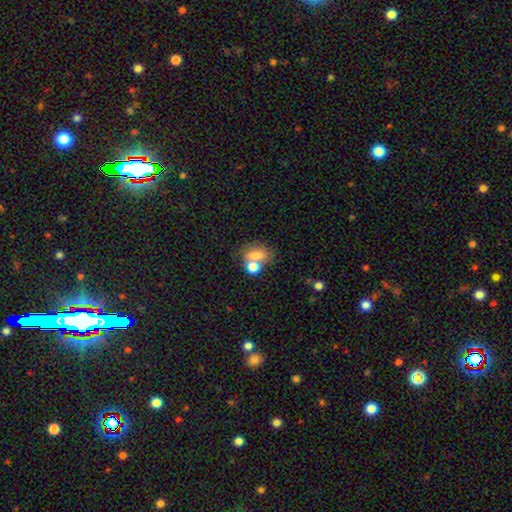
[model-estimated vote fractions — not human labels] Smooth or featured: smooth — 69% (featured or disk — 18%)
How rounded: in between — 67% (round — 30%)
Merging: merger — 40% (none — 39%)